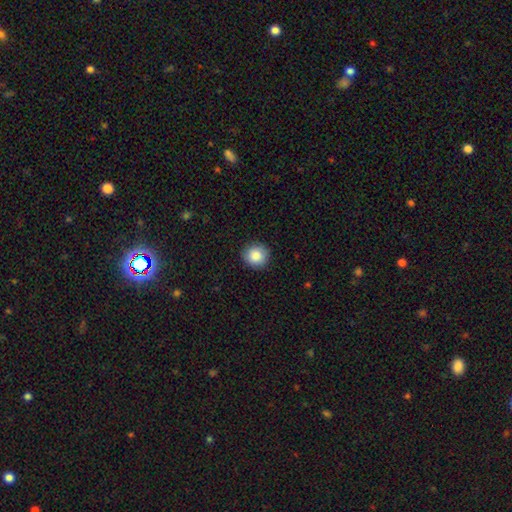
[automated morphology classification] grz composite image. It shows a smooth galaxy with no disk features (88%) that is round (92%). Merging: none (90%).